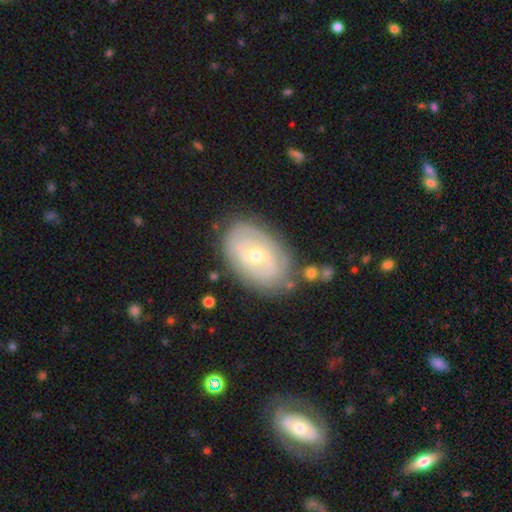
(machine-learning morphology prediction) Smooth or featured: featured or disk — 73% (smooth — 21%)
Edge-on disk: no — 95% (yes — 5%)
Bar: weak — 48% (no — 36%)
Spiral arms: yes — 74% (no — 26%)
Spiral winding: tight — 67% (medium — 24%)
Spiral arm count: can't tell — 44% (2 — 37%)
Bulge size: small — 50% (moderate — 47%)
Merging: none — 75% (minor disturbance — 16%)